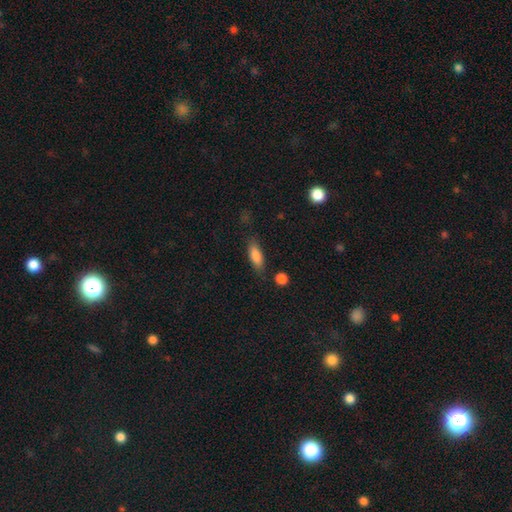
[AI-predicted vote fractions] smooth_or_featured: smooth (p=0.83) [alt: featured or disk p=0.10]
how_rounded: in between (p=0.66) [alt: cigar-shaped p=0.31]
merging: none (p=0.73) [alt: minor disturbance p=0.18]